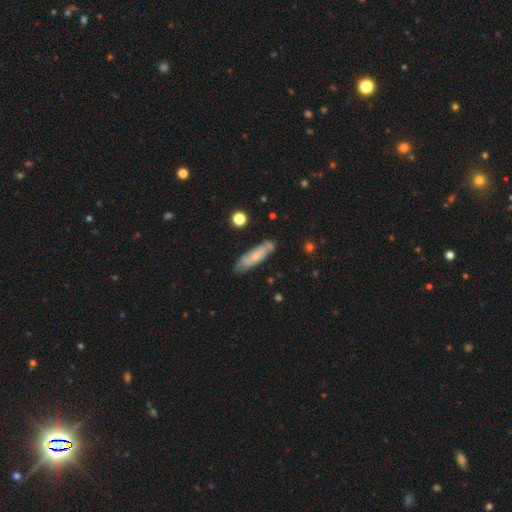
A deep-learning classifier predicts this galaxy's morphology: Overall: smooth (55%; featured or disk 38%). How rounded: cigar-shaped (65%; in between 33%). Merging: none (77%).